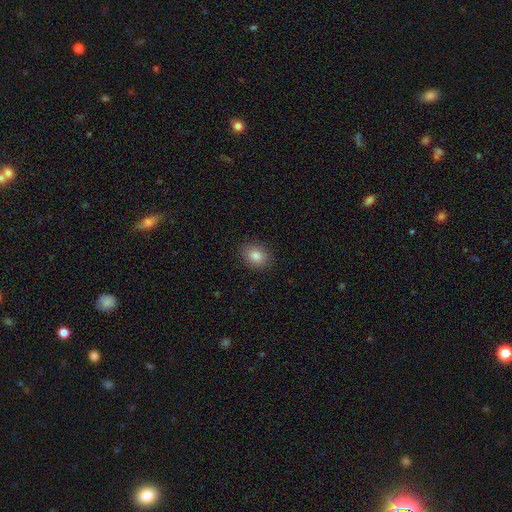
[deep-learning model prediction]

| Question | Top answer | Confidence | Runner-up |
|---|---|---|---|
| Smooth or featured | smooth | 85% | star or artifact (9%) |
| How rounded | in between | 60% | round (39%) |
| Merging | none | 88% | minor disturbance (8%) |